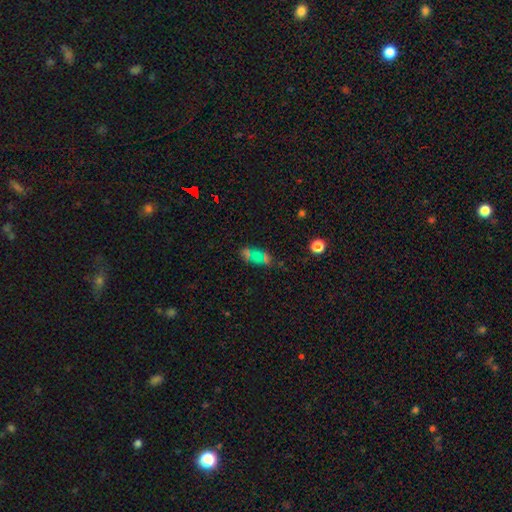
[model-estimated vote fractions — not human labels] Morphology: type=smooth (50%); roundness=in between (78%); merging=none (56%).